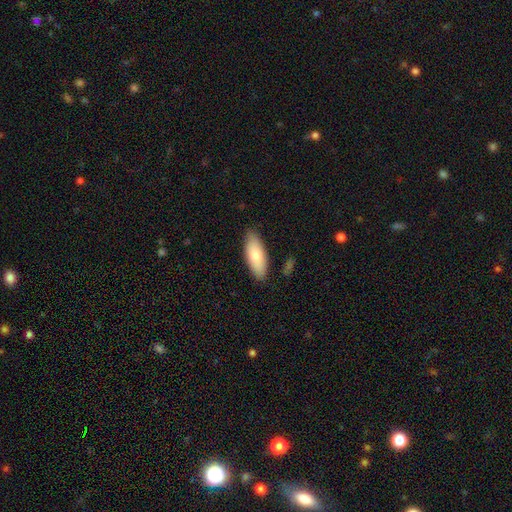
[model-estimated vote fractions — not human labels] A smooth galaxy with no disk features (78%) that is in between round and cigar-shaped (78%). Merging: none (85%).